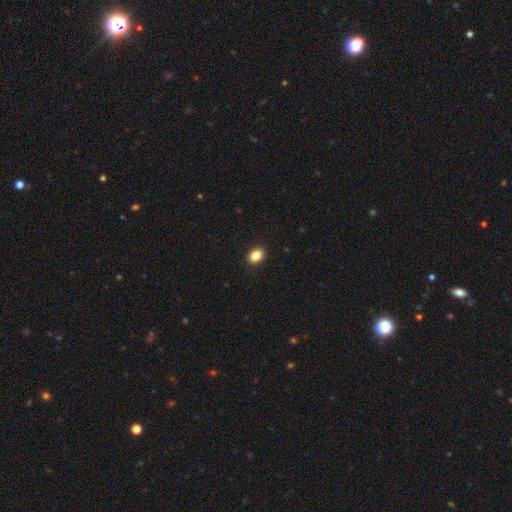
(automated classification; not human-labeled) This appears to be a smooth galaxy with no disk features (85%) that is in between round and cigar-shaped (72%). Merging: none (91%).